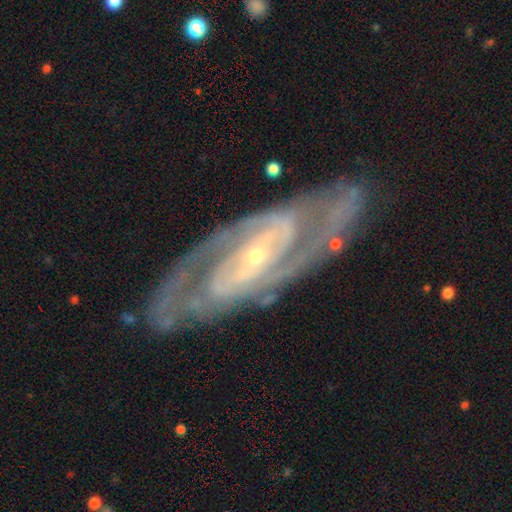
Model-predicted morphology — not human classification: Smooth or featured?
  - featured or disk: 90% *
  - star or artifact: 5%
  - smooth: 5%
Edge-on disk?
  - no: 93% *
  - yes: 7%
Bar?
  - strong: 40% *
  - weak: 32%
  - no: 28%
Spiral arms?
  - yes: 96% *
  - no: 4%
Spiral winding?
  - tight: 47% *
  - medium: 44%
  - loose: 9%
Spiral arm count?
  - 2: 78% *
  - can't tell: 9%
  - 3: 6%
  - 4: 3%
  - 1: 2%
  - more than 4: 2%
Bulge size?
  - small: 80% *
  - moderate: 17%
  - large: 1%
  - none: 1%
  - dominant: 1%
Merging?
  - none: 80% *
  - minor disturbance: 13%
  - major disturbance: 5%
  - merger: 2%